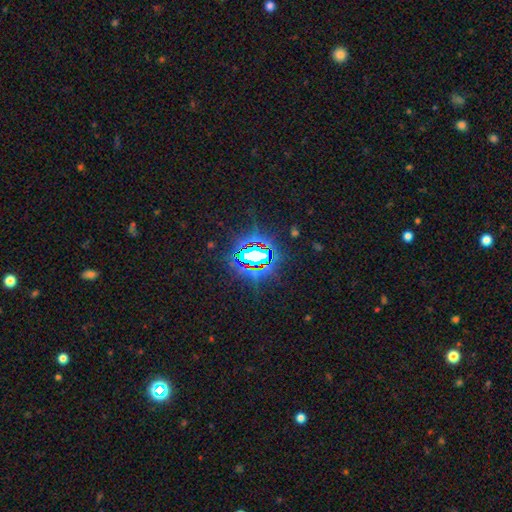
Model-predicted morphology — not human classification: star or artifact 78%, smooth 12%, featured or disk 10%.